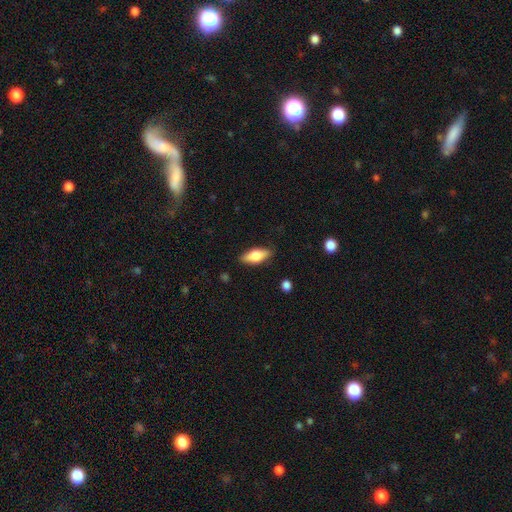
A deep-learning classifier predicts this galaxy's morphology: smooth-or-featured: smooth: 65% | featured or disk: 28% | star or artifact: 7%
  how-rounded: in between: 78% | cigar-shaped: 19% | round: 3%
  merging: none: 84% | minor disturbance: 12% | major disturbance: 3% | merger: 1%